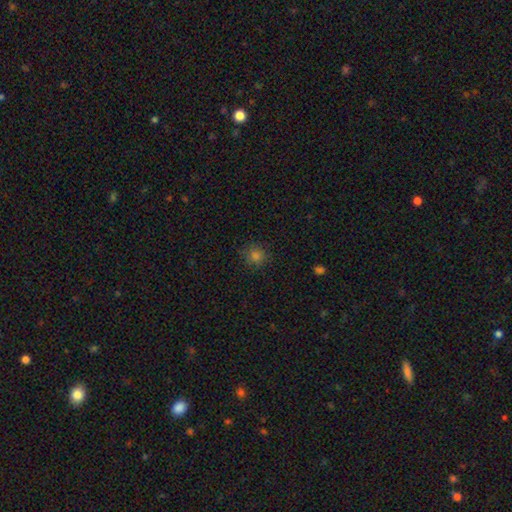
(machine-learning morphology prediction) smooth-or-featured: smooth: 76% | star or artifact: 19% | featured or disk: 5%
  how-rounded: round: 88% | in between: 11% | cigar-shaped: 1%
  merging: none: 85% | minor disturbance: 10% | major disturbance: 3% | merger: 1%